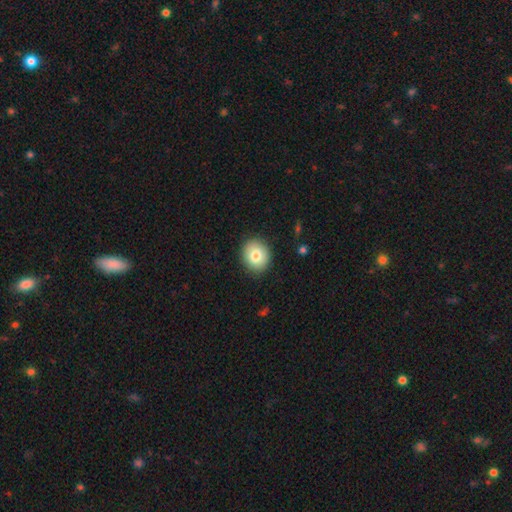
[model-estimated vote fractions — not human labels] Smooth or featured? smooth (79%)
How rounded? round (73%)
Merging? none (89%)